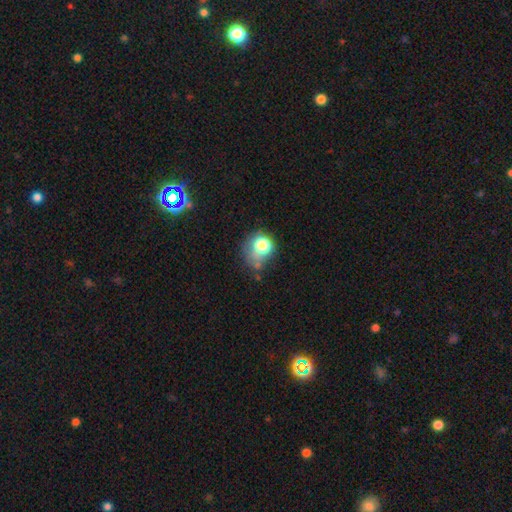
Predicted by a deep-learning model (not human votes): Smooth or featured? Predicted: smooth (p=0.64). How rounded? Predicted: round (p=0.69). Merging? Predicted: none (p=0.37).